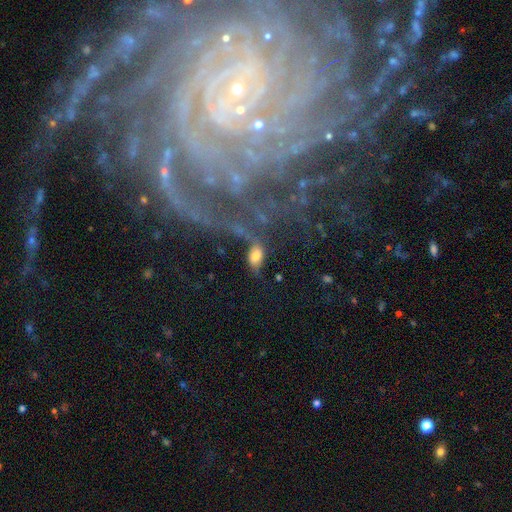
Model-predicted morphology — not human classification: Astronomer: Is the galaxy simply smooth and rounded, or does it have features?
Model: smooth — 57%.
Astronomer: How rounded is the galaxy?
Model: in between — 88%.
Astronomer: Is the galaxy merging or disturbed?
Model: none — 41% (runner-up: minor disturbance, 22%).